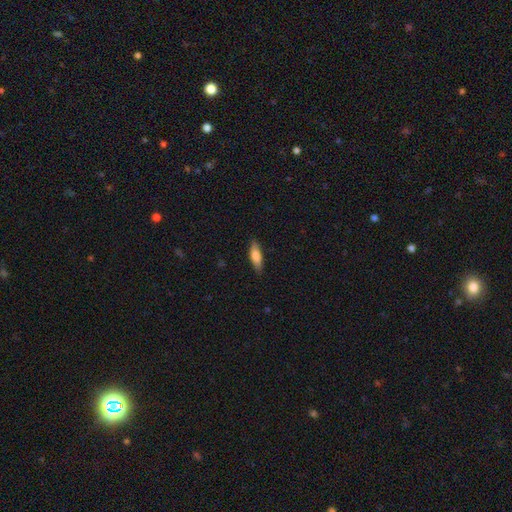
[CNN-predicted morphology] This appears to be a smooth galaxy with no disk features (74%) that is cigar-shaped (56%). Merging: none (85%).